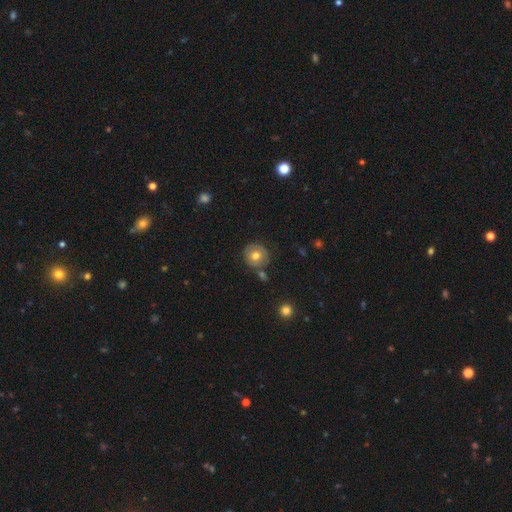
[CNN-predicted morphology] A smooth galaxy with no disk features (66%) that is round (91%). Merging: none (75%).